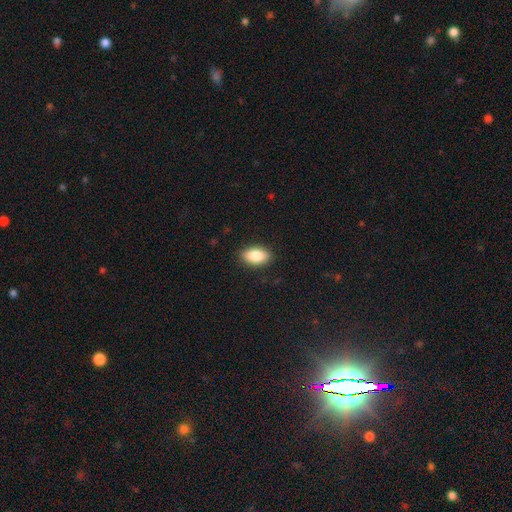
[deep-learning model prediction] A smooth galaxy with no disk features (85%) that is in between round and cigar-shaped (90%). Merging: none (88%).